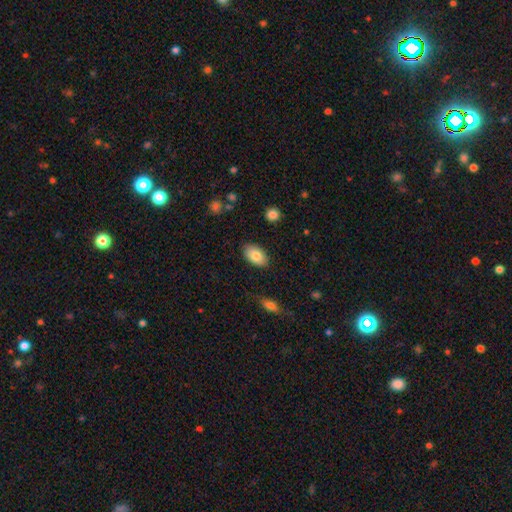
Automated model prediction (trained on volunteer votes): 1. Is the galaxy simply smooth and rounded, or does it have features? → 83% smooth, 11% featured or disk, 7% star or artifact.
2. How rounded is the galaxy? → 93% in between, 5% round, 1% cigar-shaped.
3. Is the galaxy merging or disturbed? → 85% none, 11% minor disturbance, 2% major disturbance, 1% merger.